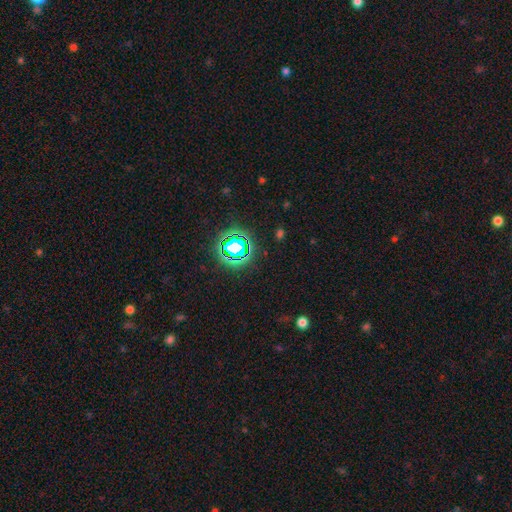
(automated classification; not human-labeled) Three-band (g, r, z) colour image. It shows a star or artifact, not a galaxy (76%).